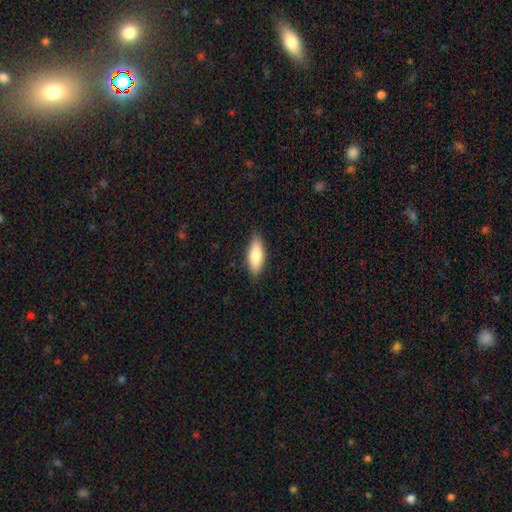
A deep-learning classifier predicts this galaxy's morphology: A smooth galaxy with no disk features (79%) that is in between round and cigar-shaped (69%).

Vote fractions:
- Smooth or featured? smooth: 79% / featured or disk: 15% / star or artifact: 6%
- How rounded? in between: 69% / cigar-shaped: 29% / round: 2%
- Merging? none: 87% / minor disturbance: 10% / major disturbance: 2% / merger: 1%